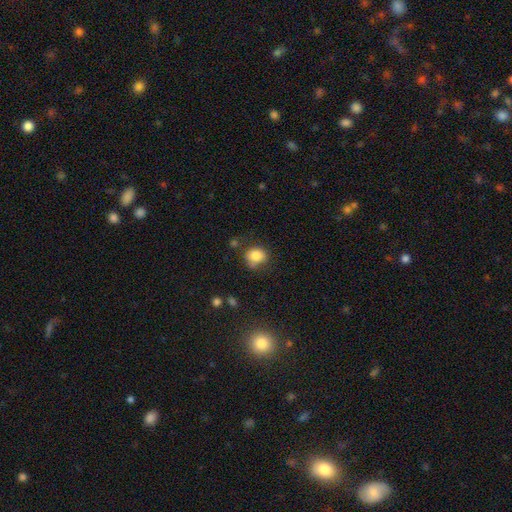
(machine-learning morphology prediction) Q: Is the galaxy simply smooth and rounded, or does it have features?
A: smooth — 82%.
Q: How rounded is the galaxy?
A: round — 73%.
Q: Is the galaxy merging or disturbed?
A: none — 61%.